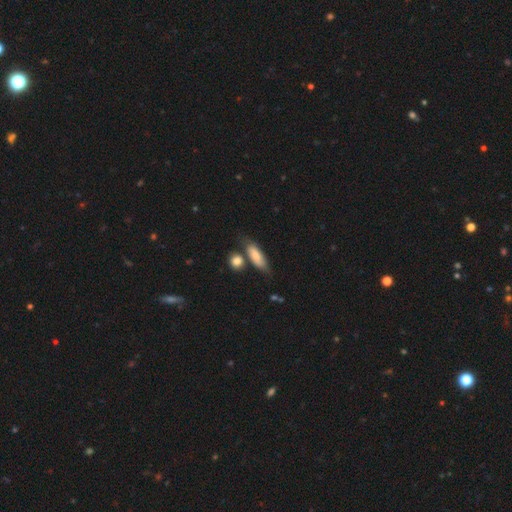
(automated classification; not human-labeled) A smooth galaxy with no disk features (77%) that is in between round and cigar-shaped (60%).

Vote fractions:
- Smooth or featured? smooth: 77% / featured or disk: 17% / star or artifact: 6%
- How rounded? in between: 60% / cigar-shaped: 35% / round: 5%
- Merging? none: 57% / minor disturbance: 19% / merger: 17% / major disturbance: 6%